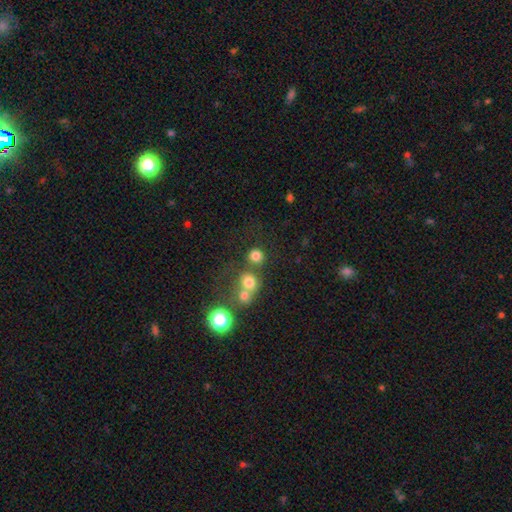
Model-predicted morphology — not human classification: Smooth or featured? smooth (76%)
How rounded? round (90%)
Merging? none (64%)